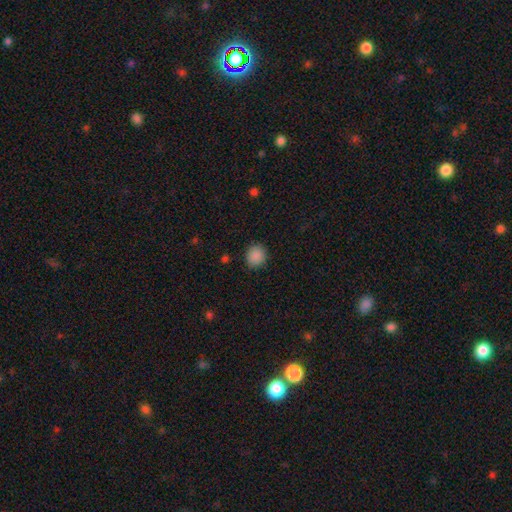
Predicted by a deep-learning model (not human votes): Morphology: type=smooth (89%); roundness=round (83%); merging=none (89%).